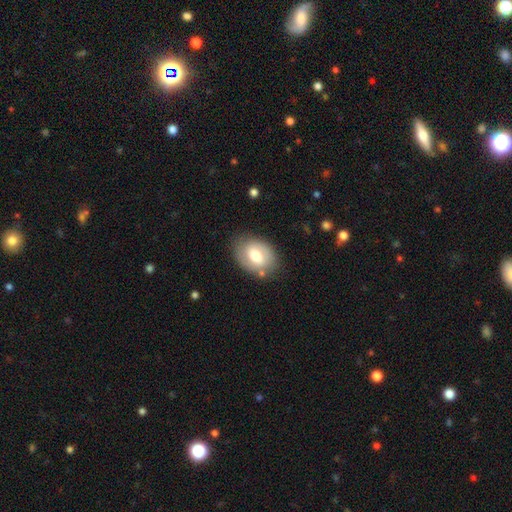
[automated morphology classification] type=smooth (62%); roundness=in between (77%); merging=none (77%).